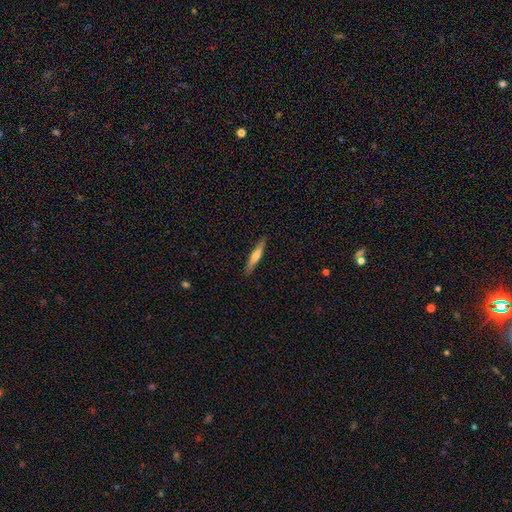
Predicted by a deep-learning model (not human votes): smooth_or_featured: smooth (p=0.50) [alt: featured or disk p=0.45]
merging: none (p=0.89) [alt: minor disturbance p=0.09]